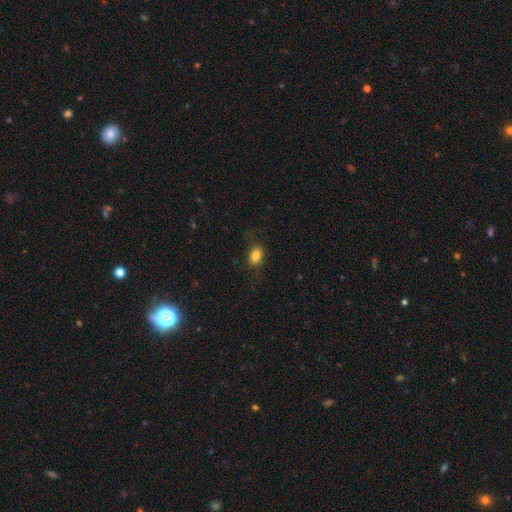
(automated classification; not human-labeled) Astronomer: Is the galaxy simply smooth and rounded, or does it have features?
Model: smooth — 82%.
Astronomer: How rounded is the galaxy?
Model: in between — 75%.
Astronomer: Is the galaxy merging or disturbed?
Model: none — 78%.